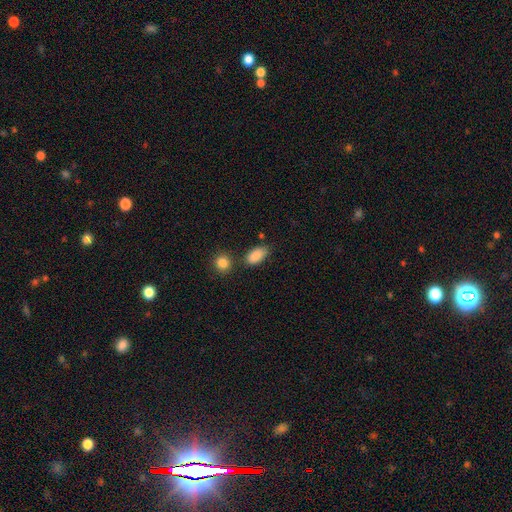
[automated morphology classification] Q: Smooth or featured?
A: smooth (88%); runner-up: star or artifact (8%)
Q: How rounded?
A: in between (91%); runner-up: round (5%)
Q: Merging?
A: none (70%); runner-up: minor disturbance (17%)